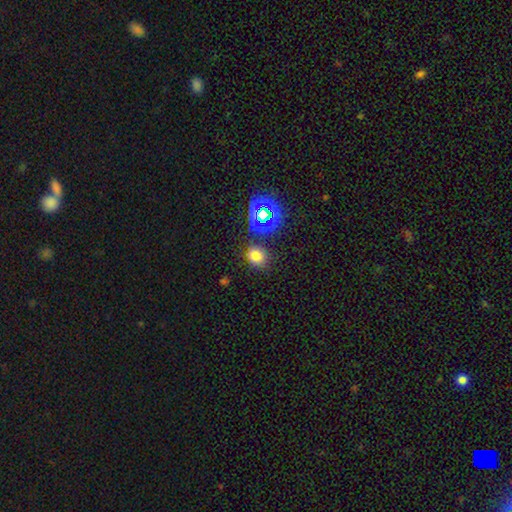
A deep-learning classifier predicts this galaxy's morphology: Smooth or featured?
  - smooth: 70% *
  - star or artifact: 23%
  - featured or disk: 7%
How rounded?
  - round: 73% *
  - in between: 26%
  - cigar-shaped: 1%
Merging?
  - none: 79% *
  - minor disturbance: 12%
  - merger: 4%
  - major disturbance: 4%